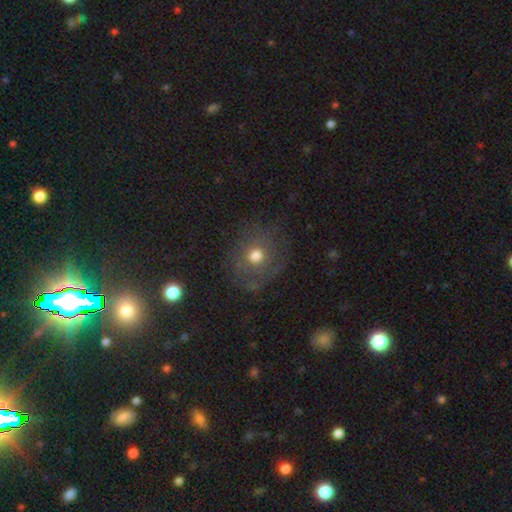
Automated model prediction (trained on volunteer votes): Smooth or featured: smooth — 55% (featured or disk — 29%)
How rounded: round — 77% (in between — 21%)
Merging: none — 74% (minor disturbance — 14%)